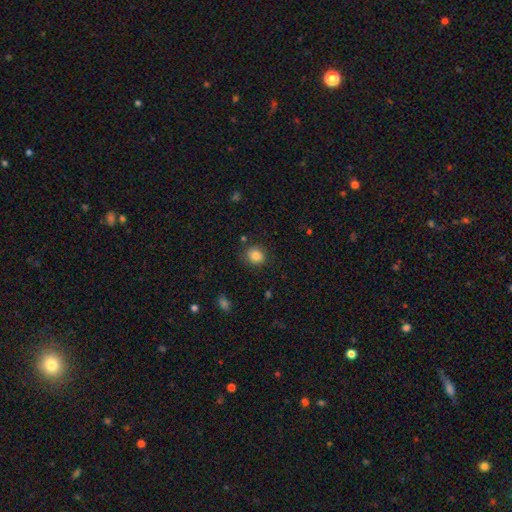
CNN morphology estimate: Q: Smooth or featured?
A: smooth (83%); runner-up: star or artifact (10%)
Q: How rounded?
A: round (70%); runner-up: in between (29%)
Q: Merging?
A: none (83%); runner-up: minor disturbance (12%)